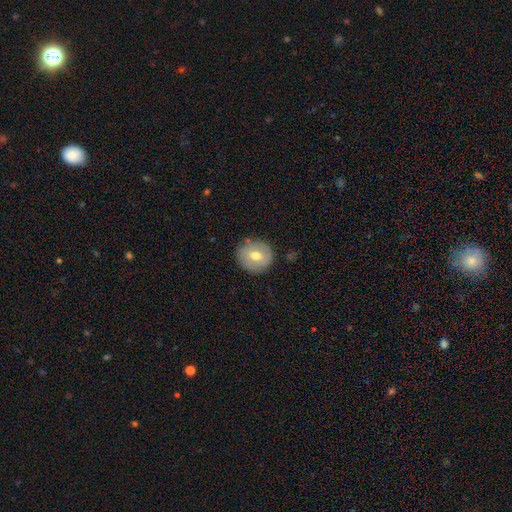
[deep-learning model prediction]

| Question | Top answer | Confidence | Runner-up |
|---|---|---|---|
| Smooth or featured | smooth | 66% | featured or disk (27%) |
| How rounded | round | 88% | in between (11%) |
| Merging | none | 85% | minor disturbance (10%) |